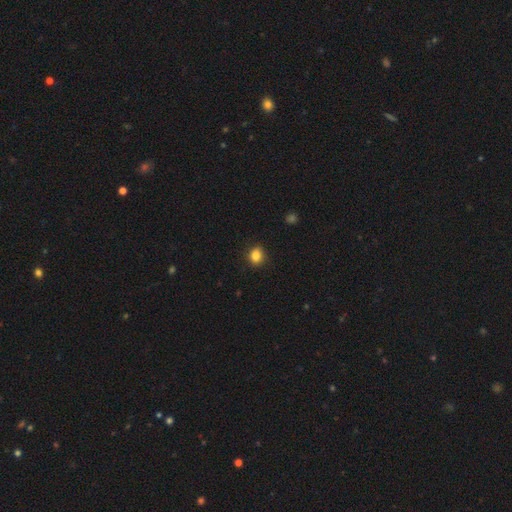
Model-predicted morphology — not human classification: This appears to be a smooth galaxy with no disk features (85%) that is round (65%). Merging: none (87%).